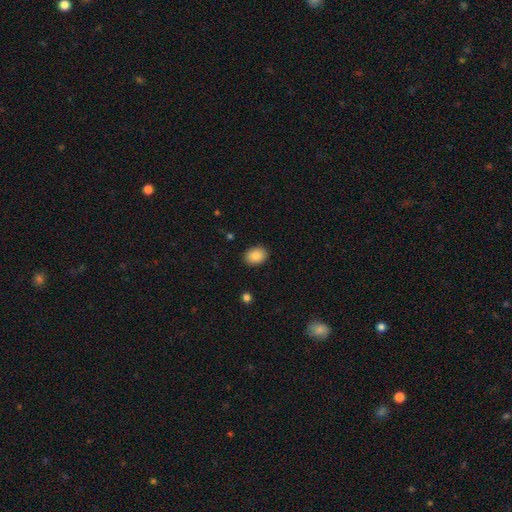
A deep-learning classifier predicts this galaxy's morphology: Smooth or featured? Predicted: smooth (p=0.88). How rounded? Predicted: in between (p=0.69). Merging? Predicted: none (p=0.89).